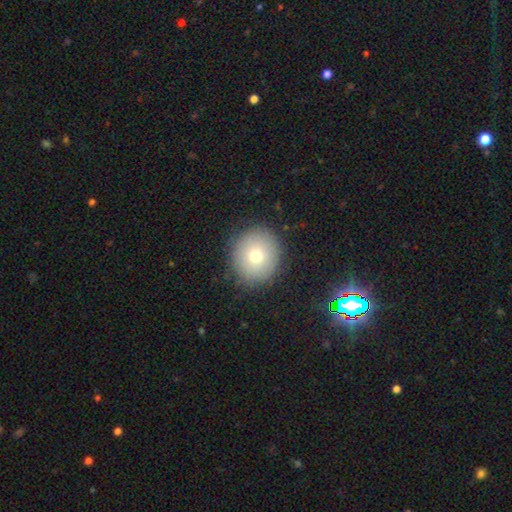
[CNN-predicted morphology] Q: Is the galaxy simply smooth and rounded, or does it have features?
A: smooth — 71%.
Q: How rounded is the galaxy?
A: round — 85%.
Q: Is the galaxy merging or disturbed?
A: none — 87%.